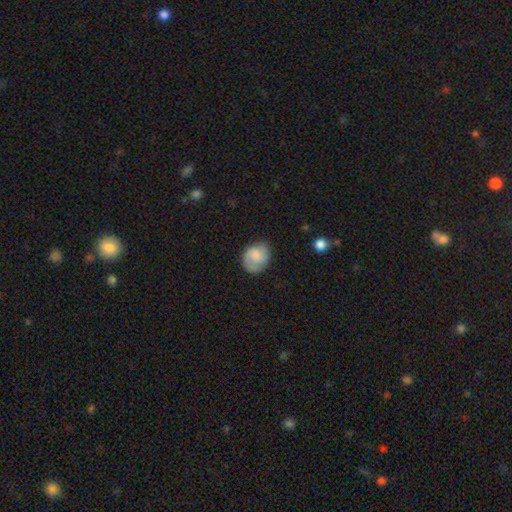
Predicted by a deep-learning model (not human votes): Smooth or featured? smooth (48%)
Merging? none (70%)